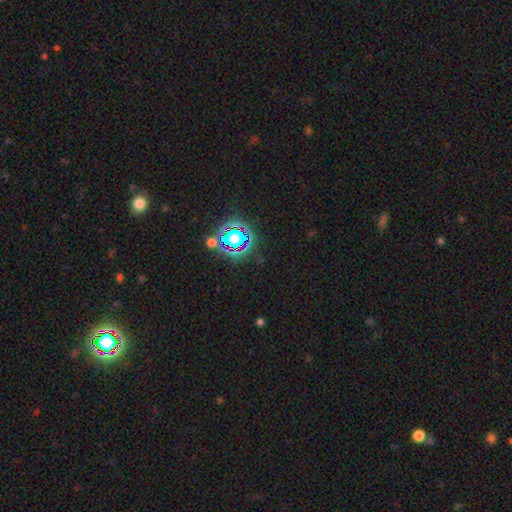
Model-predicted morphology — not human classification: star or artifact 78%, smooth 14%, featured or disk 8%.